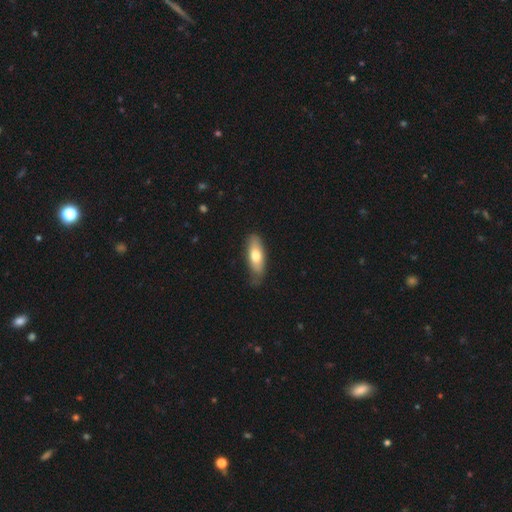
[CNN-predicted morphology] The model was most divided on "how rounded": in between: 66%, cigar-shaped: 31%, round: 2%. More confident: merging — none (72%); smooth or featured — smooth (69%).